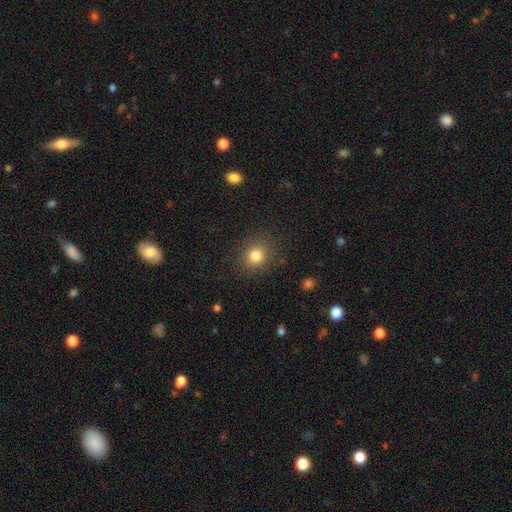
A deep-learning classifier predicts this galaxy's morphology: Smooth or featured?
  - smooth: 81% *
  - star or artifact: 12%
  - featured or disk: 6%
How rounded?
  - round: 84% *
  - in between: 15%
  - cigar-shaped: 1%
Merging?
  - none: 86% *
  - minor disturbance: 9%
  - major disturbance: 4%
  - merger: 1%